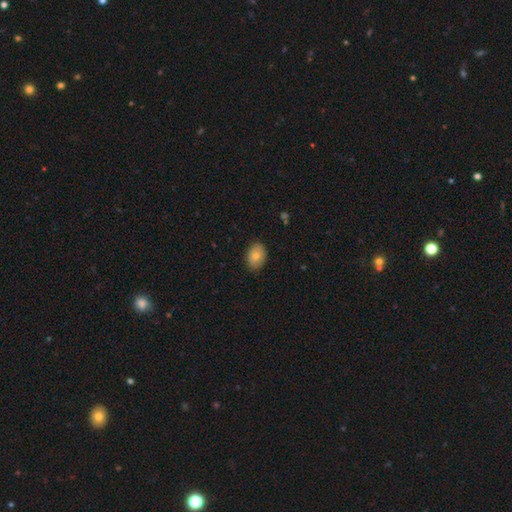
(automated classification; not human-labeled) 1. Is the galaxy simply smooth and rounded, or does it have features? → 77% smooth, 15% featured or disk, 8% star or artifact.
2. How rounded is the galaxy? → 79% in between, 20% round, 1% cigar-shaped.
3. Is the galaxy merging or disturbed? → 86% none, 11% minor disturbance, 2% major disturbance, 1% merger.